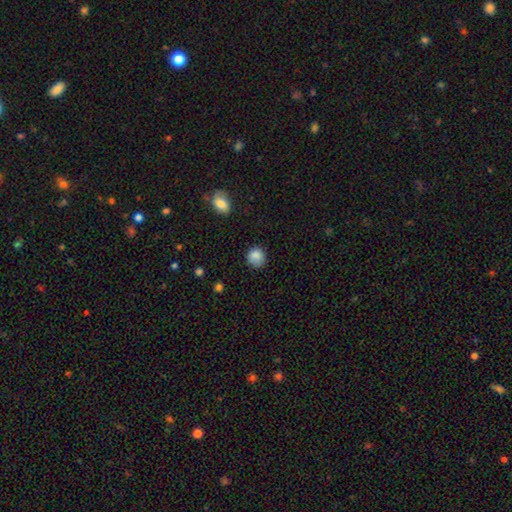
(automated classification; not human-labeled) Smooth or featured: smooth — 85% (star or artifact — 9%)
How rounded: round — 83% (in between — 16%)
Merging: none — 74% (minor disturbance — 19%)